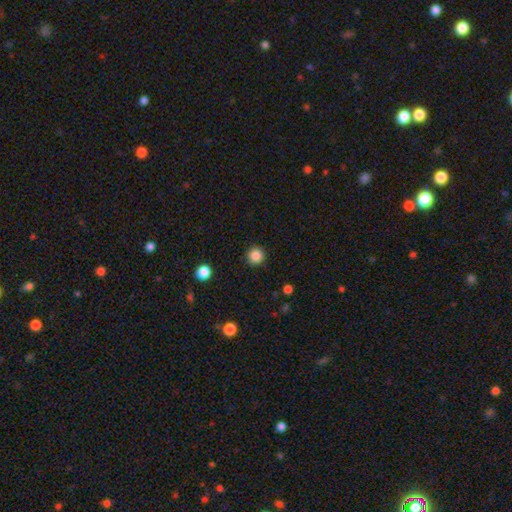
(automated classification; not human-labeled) A smooth galaxy with no disk features (85%) that is round (95%).

Vote fractions:
- Smooth or featured? smooth: 85% / star or artifact: 11% / featured or disk: 4%
- How rounded? round: 95% / in between: 4% / cigar-shaped: 1%
- Merging? none: 92% / minor disturbance: 5% / major disturbance: 2% / merger: 1%